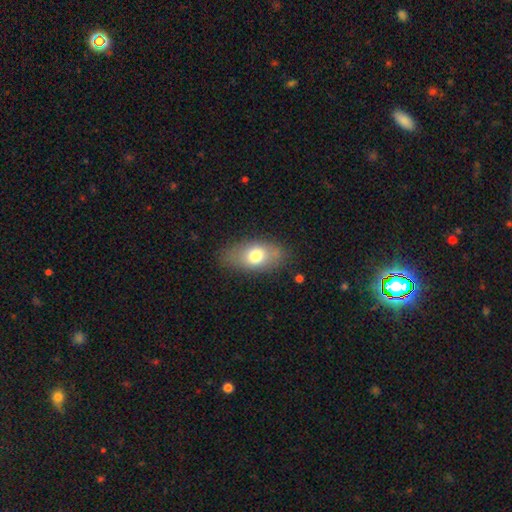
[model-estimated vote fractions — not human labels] This appears to be a smooth galaxy with no disk features (72%) that is in between round and cigar-shaped (88%). Merging: none (80%).